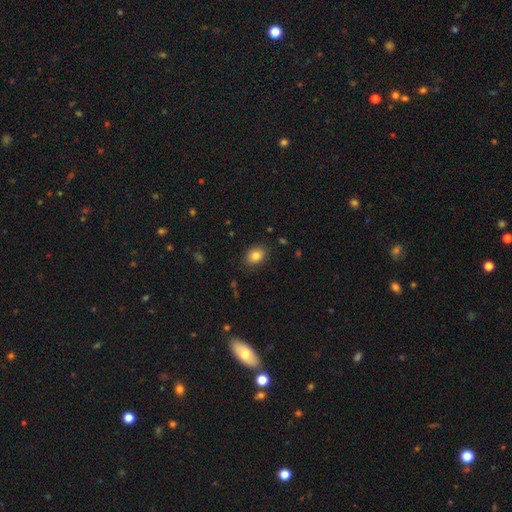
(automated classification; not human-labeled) This appears to be a smooth galaxy with no disk features (82%) that is in between round and cigar-shaped (68%). Merging: none (85%).